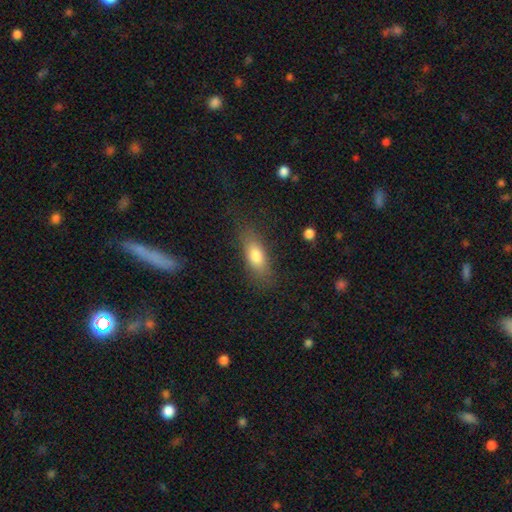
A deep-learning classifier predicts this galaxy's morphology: The model was most divided on "how rounded": in between: 72%, cigar-shaped: 24%, round: 4%. More confident: smooth or featured — smooth (77%); merging — none (77%).